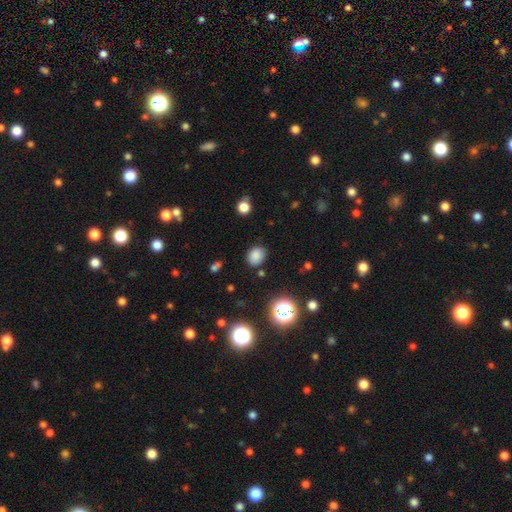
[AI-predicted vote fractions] Smooth or featured: smooth — 80% (star or artifact — 15%)
How rounded: round — 54% (in between — 45%)
Merging: none — 83% (minor disturbance — 12%)